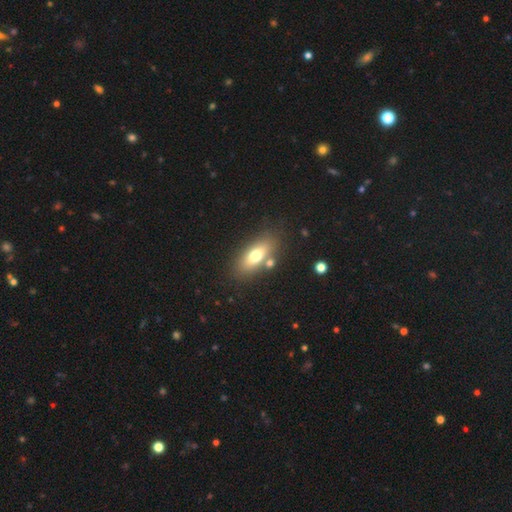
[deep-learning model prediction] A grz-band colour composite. It shows a smooth galaxy with no disk features (69%) that is in between round and cigar-shaped (78%). Merging: none (74%).